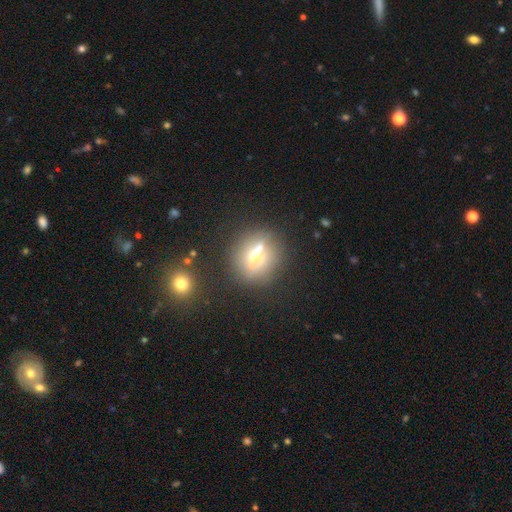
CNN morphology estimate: type=smooth (47%); merging=none (66%).